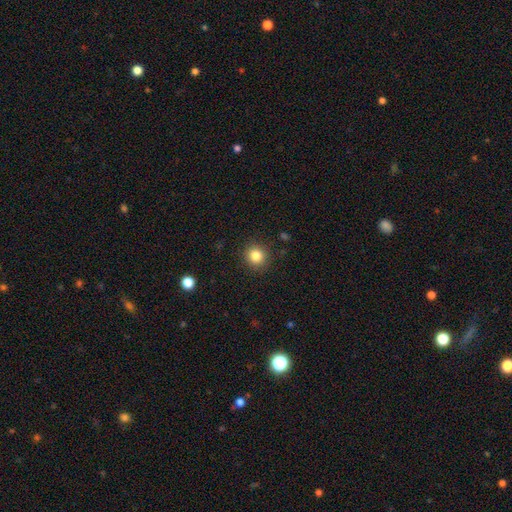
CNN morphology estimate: smooth-or-featured: smooth: 84% | star or artifact: 11% | featured or disk: 5%
  how-rounded: round: 91% | in between: 8% | cigar-shaped: 1%
  merging: none: 90% | minor disturbance: 6% | major disturbance: 2% | merger: 1%